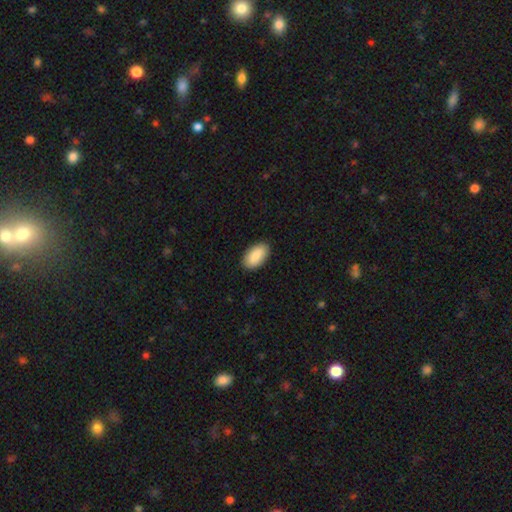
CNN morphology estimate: Smooth or featured? Predicted: smooth (p=0.88). How rounded? Predicted: in between (p=0.95). Merging? Predicted: none (p=0.89).